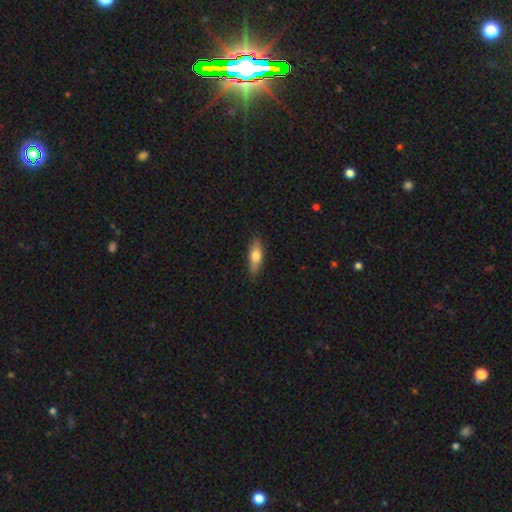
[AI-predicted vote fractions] Smooth or featured? Predicted: smooth (p=0.67). How rounded? Predicted: in between (p=0.54). Merging? Predicted: none (p=0.86).